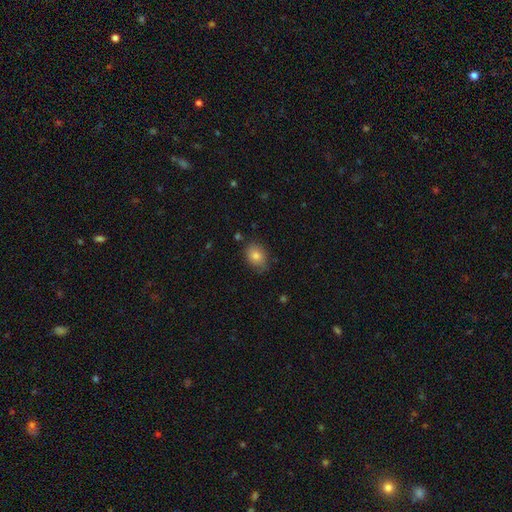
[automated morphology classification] Smooth or featured? smooth (81%)
How rounded? in between (69%)
Merging? none (75%)